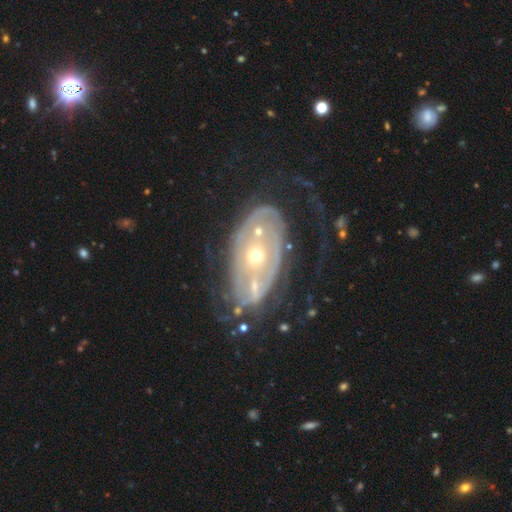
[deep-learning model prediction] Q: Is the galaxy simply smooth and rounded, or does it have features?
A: featured or disk — 82%.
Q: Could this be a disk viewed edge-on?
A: no — 93%.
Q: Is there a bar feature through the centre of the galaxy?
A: no — 73%.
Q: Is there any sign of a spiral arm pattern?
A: yes — 68%.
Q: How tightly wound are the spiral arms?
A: tight — 62%.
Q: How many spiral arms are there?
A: can't tell — 42%.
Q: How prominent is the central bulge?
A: moderate — 50%.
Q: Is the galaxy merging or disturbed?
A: none — 57%.